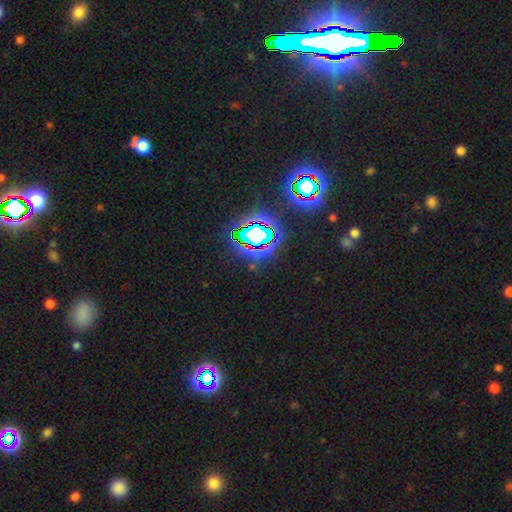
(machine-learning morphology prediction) A star or artifact, not a galaxy (82%).

Vote fractions:
- Smooth or featured? star or artifact: 82% / smooth: 10% / featured or disk: 8%